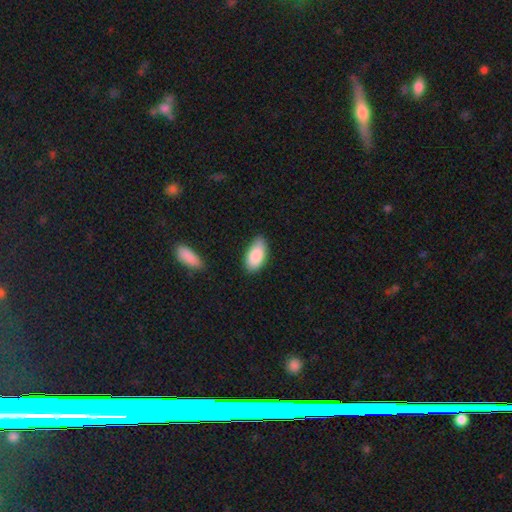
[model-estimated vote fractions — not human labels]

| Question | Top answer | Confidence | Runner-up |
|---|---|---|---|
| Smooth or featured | smooth | 86% | featured or disk (8%) |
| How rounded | in between | 94% | cigar-shaped (4%) |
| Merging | none | 71% | minor disturbance (23%) |